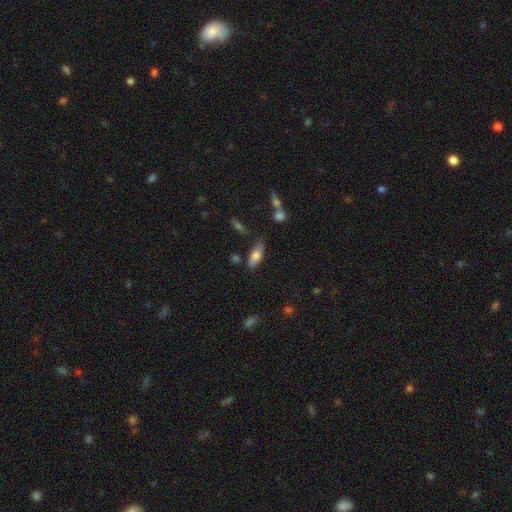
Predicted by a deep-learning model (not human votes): A smooth galaxy with no disk features (76%) that is in between round and cigar-shaped (78%).

Vote fractions:
- Smooth or featured? smooth: 76% / featured or disk: 17% / star or artifact: 7%
- How rounded? in between: 78% / cigar-shaped: 20% / round: 2%
- Merging? none: 72% / minor disturbance: 18% / merger: 5% / major disturbance: 4%